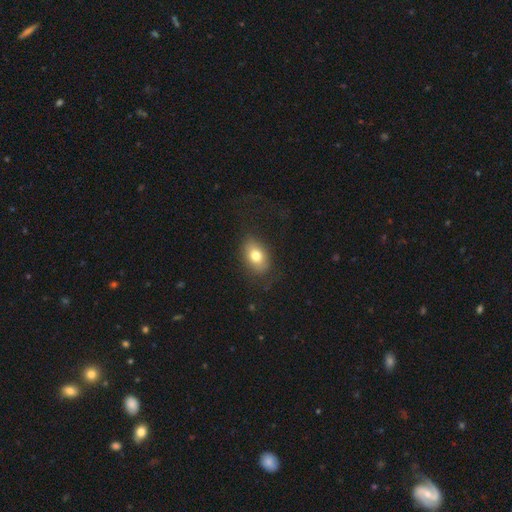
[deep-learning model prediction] Smooth or featured: smooth — 76% (featured or disk — 16%)
How rounded: in between — 82% (round — 16%)
Merging: none — 78% (minor disturbance — 14%)